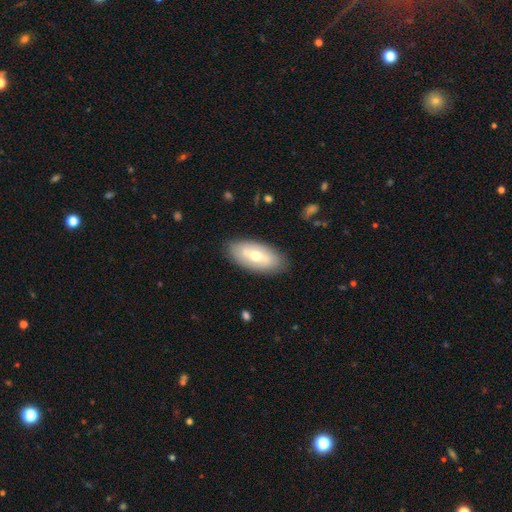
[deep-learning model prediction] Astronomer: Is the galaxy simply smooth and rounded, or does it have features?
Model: featured or disk — 47%, tied with smooth at 47%.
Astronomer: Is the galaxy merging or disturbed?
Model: none — 85%.